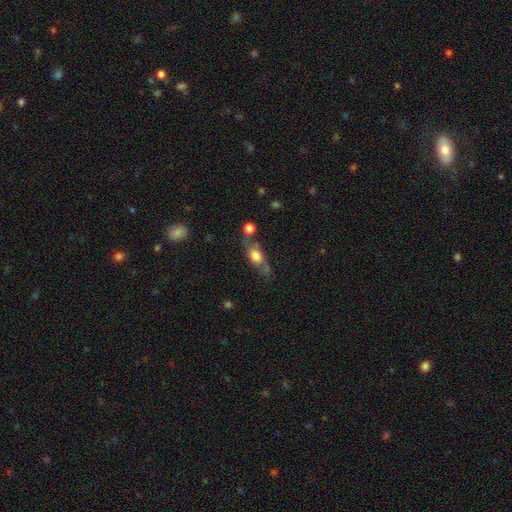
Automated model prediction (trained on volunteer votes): Smooth or featured? smooth (66%)
How rounded? in between (63%)
Merging? none (48%)